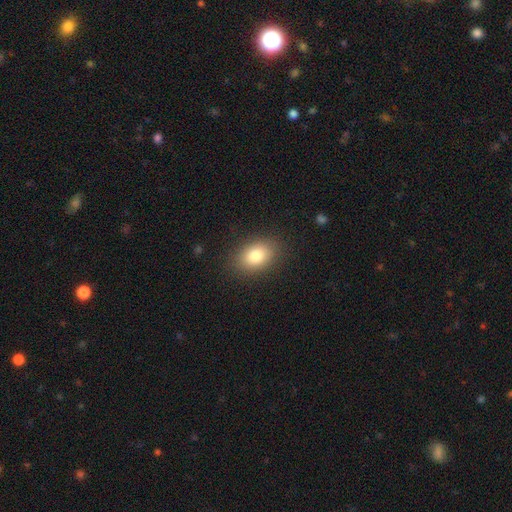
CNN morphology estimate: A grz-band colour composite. It shows a smooth galaxy with no disk features (81%) that is in between round and cigar-shaped (78%). Merging: none (86%).